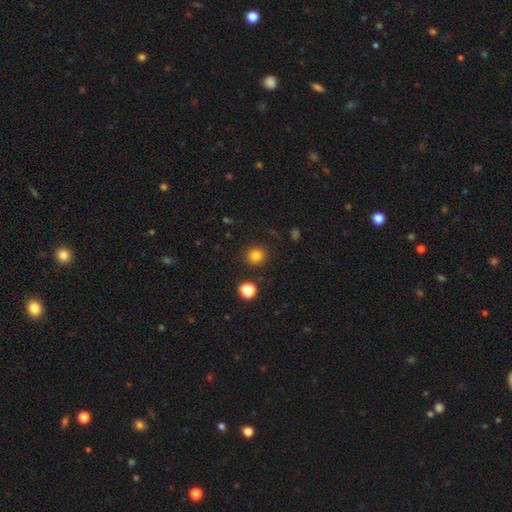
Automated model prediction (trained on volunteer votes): smooth-or-featured: smooth: 82% | star or artifact: 13% | featured or disk: 5%
  how-rounded: round: 93% | in between: 6% | cigar-shaped: 1%
  merging: none: 89% | minor disturbance: 6% | major disturbance: 2% | merger: 2%